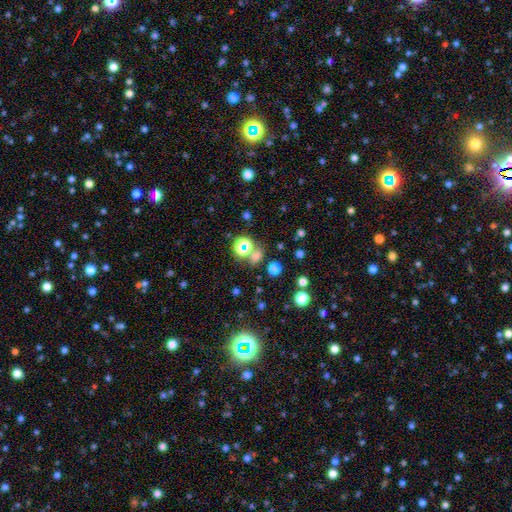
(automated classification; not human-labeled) smooth 53%, star or artifact 40%, featured or disk 7%. Down the decision tree: how rounded — round (77%); merging — none (74%).